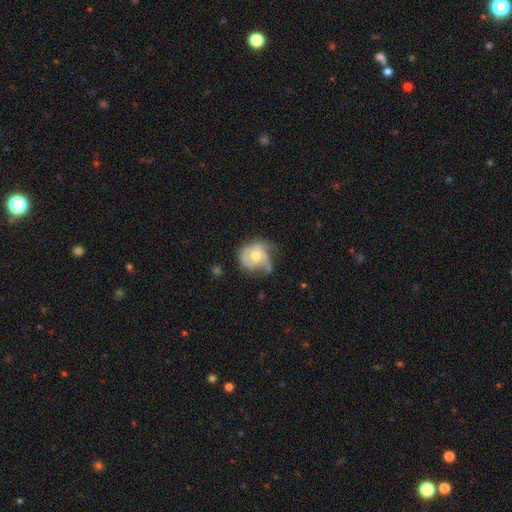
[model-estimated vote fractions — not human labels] Overall: featured or disk (59%; smooth 34%). Edge-on disk: no (97%). Bar: no (77%). Spiral arms: yes (78%). Bulge size: moderate (63%; small 32%). Merging: none (41%; minor disturbance 34%).